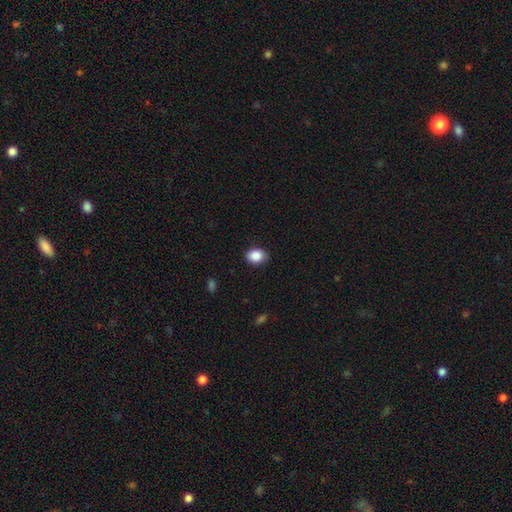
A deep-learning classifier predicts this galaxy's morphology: Overall: smooth (88%). How rounded: in between (56%; round 43%). Merging: none (86%).